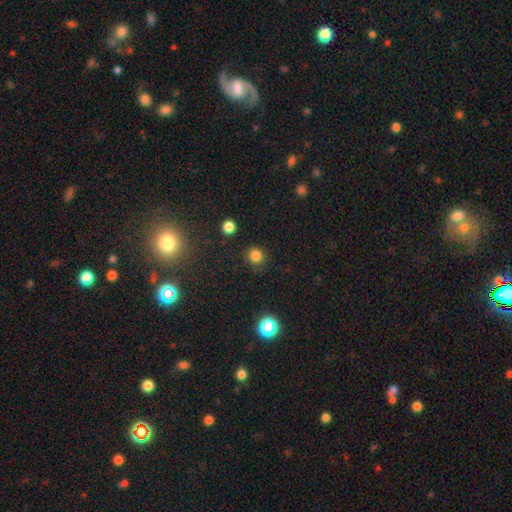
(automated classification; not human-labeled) Q: Smooth or featured?
A: smooth (80%); runner-up: star or artifact (15%)
Q: How rounded?
A: round (91%); runner-up: in between (8%)
Q: Merging?
A: none (85%); runner-up: minor disturbance (10%)